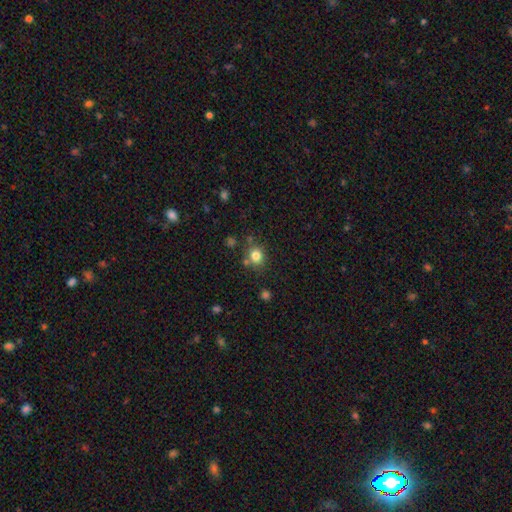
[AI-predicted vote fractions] smooth_or_featured: smooth (p=0.81) [alt: star or artifact p=0.12]
how_rounded: round (p=0.77) [alt: in between p=0.22]
merging: none (p=0.73) [alt: minor disturbance p=0.12]